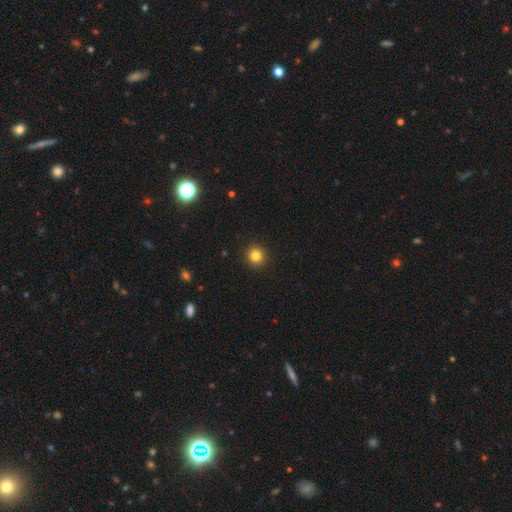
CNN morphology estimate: The model was most divided on "smooth or featured": smooth: 83%, star or artifact: 12%, featured or disk: 5%. More confident: how rounded — round (94%); merging — none (93%).